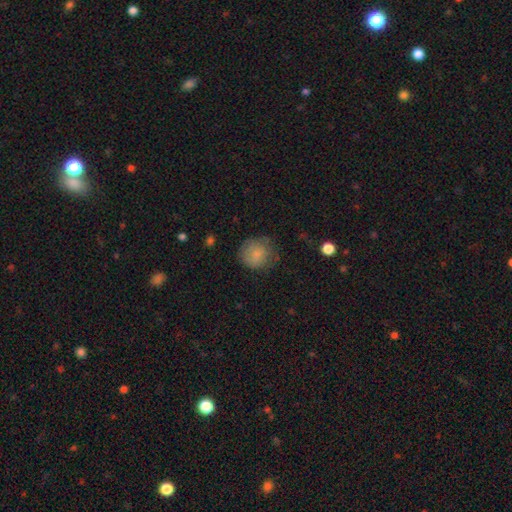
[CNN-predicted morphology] A smooth galaxy with no disk features (79%) that is round (88%).

Vote fractions:
- Smooth or featured? smooth: 79% / featured or disk: 12% / star or artifact: 8%
- How rounded? round: 88% / in between: 11% / cigar-shaped: 1%
- Merging? none: 66% / minor disturbance: 24% / major disturbance: 9% / merger: 1%